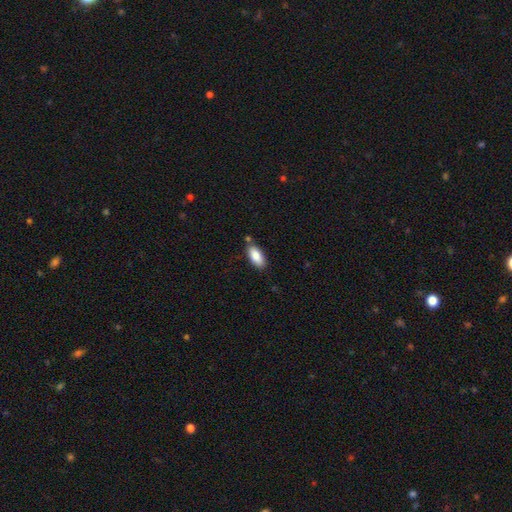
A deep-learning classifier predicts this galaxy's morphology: Smooth or featured: smooth — 85% (featured or disk — 8%)
How rounded: in between — 88% (cigar-shaped — 10%)
Merging: none — 78% (minor disturbance — 13%)